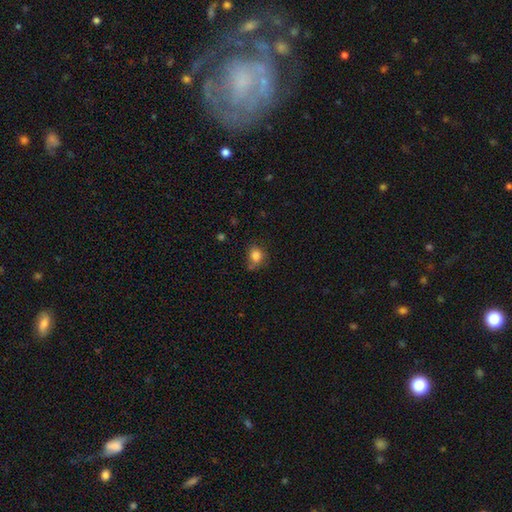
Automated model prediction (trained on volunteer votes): Overall: smooth (83%). How rounded: round (65%; in between 34%). Merging: none (64%).